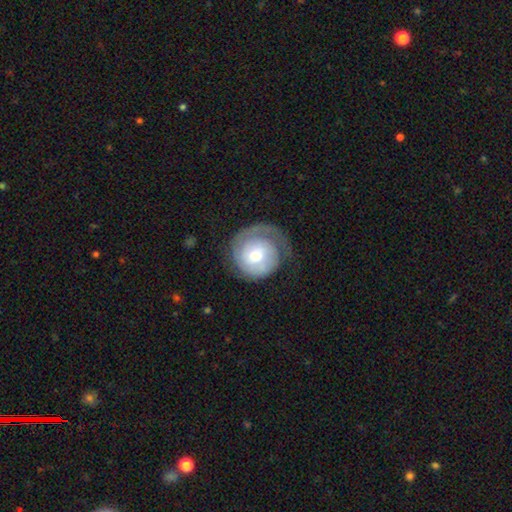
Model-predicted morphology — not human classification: Smooth or featured? featured or disk (67%)
Edge-on disk? no (97%)
Bar? no (64%)
Spiral arms? yes (88%)
Spiral winding? tight (65%)
Spiral arm count? 1 (56%)
Bulge size? moderate (62%)
Merging? none (58%)